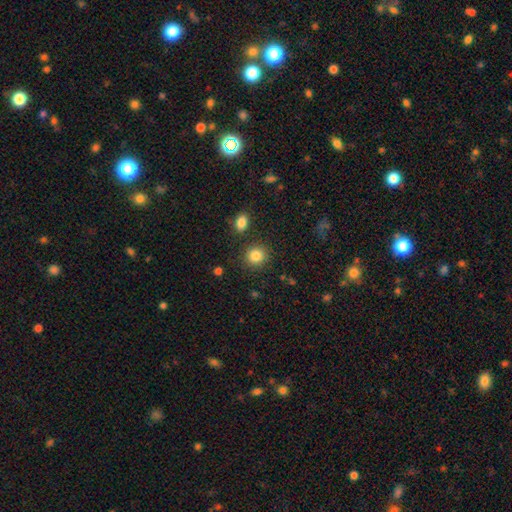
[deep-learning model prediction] smooth 85%, star or artifact 10%, featured or disk 5%. Down the decision tree: how rounded — round (86%); merging — none (86%).